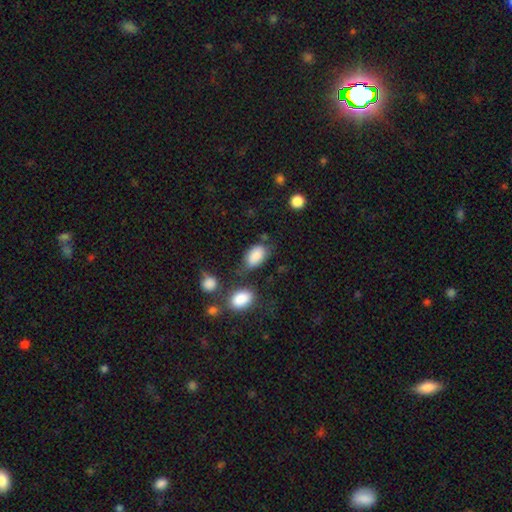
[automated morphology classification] A smooth galaxy with no disk features (86%) that is in between round and cigar-shaped (91%).

Vote fractions:
- Smooth or featured? smooth: 86% / star or artifact: 8% / featured or disk: 6%
- How rounded? in between: 91% / round: 7% / cigar-shaped: 2%
- Merging? none: 56% / minor disturbance: 25% / merger: 11% / major disturbance: 9%